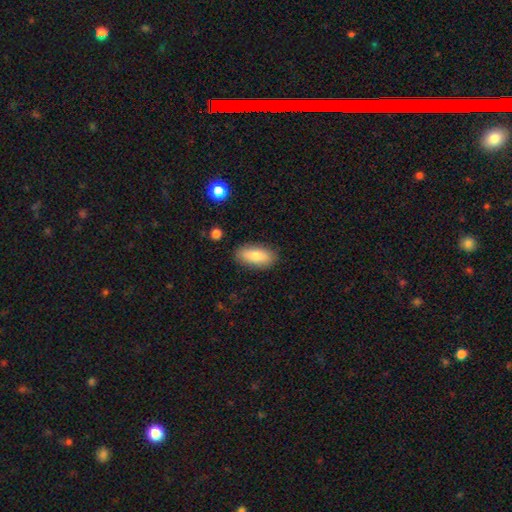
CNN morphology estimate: Smooth or featured? Predicted: smooth (p=0.81). How rounded? Predicted: in between (p=0.86). Merging? Predicted: none (p=0.85).